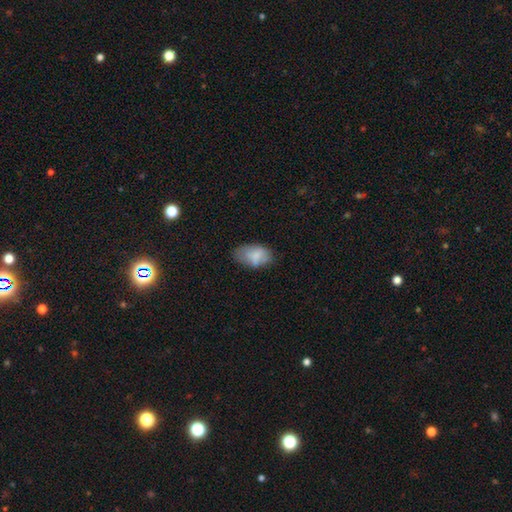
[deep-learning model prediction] smooth-or-featured: smooth: 77% | featured or disk: 15% | star or artifact: 8%
  how-rounded: in between: 92% | round: 7% | cigar-shaped: 2%
  merging: none: 56% | minor disturbance: 31% | major disturbance: 11% | merger: 3%